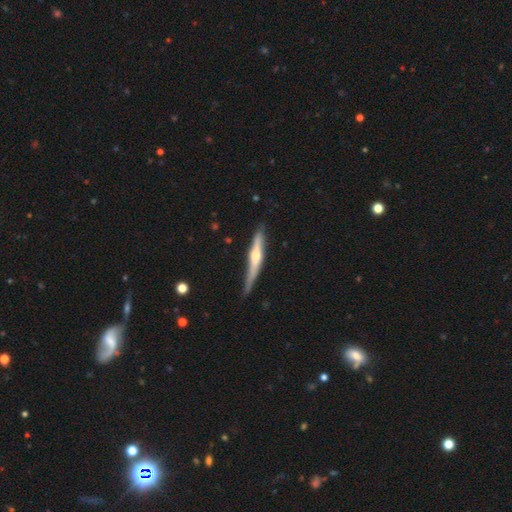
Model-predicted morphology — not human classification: smooth_or_featured: featured or disk (p=0.64) [alt: smooth p=0.31]
disk_edge_on: yes (p=0.96) [alt: no p=0.04]
edge_on_bulge: rounded (p=0.76) [alt: boxy p=0.13]
merging: none (p=0.73) [alt: minor disturbance p=0.21]